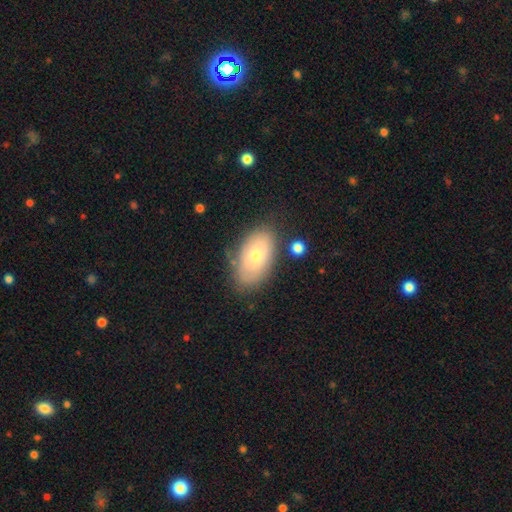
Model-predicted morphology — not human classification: smooth 57%, featured or disk 36%, star or artifact 7%. Down the decision tree: how rounded — in between (93%); merging — none (74%).